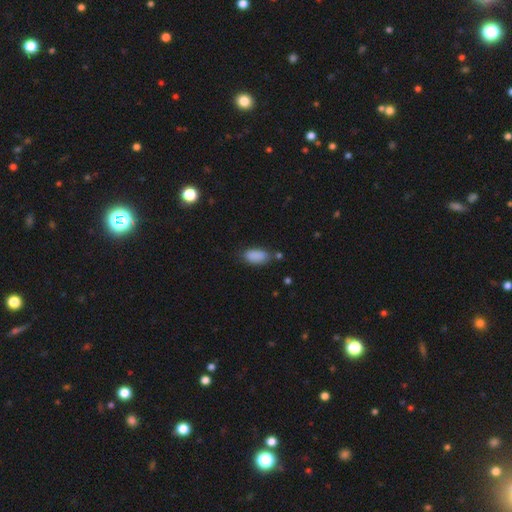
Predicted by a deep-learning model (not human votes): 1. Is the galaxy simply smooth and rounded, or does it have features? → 88% smooth, 8% star or artifact, 4% featured or disk.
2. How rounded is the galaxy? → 90% in between, 7% cigar-shaped, 3% round.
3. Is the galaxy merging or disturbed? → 71% none, 19% minor disturbance, 5% merger, 5% major disturbance.